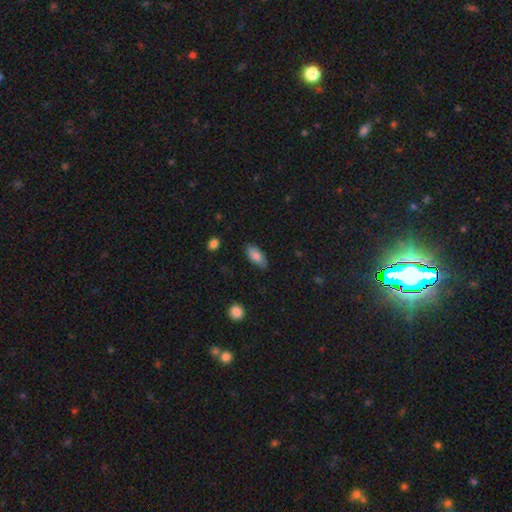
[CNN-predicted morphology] Q: Smooth or featured?
A: smooth (81%); runner-up: featured or disk (12%)
Q: How rounded?
A: in between (89%); runner-up: cigar-shaped (9%)
Q: Merging?
A: none (81%); runner-up: minor disturbance (15%)